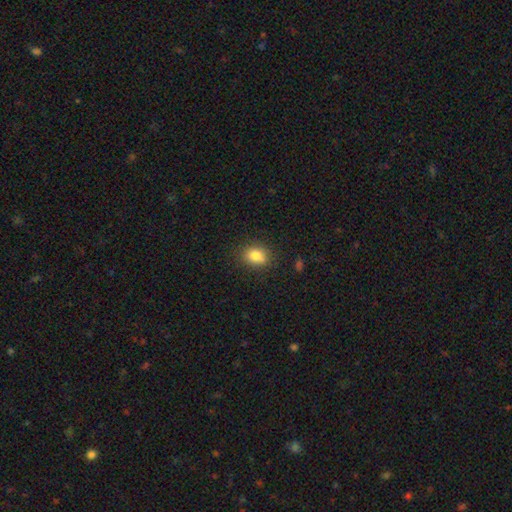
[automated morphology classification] smooth_or_featured: smooth (p=0.82) [alt: star or artifact p=0.10]
how_rounded: in between (p=0.54) [alt: round p=0.45]
merging: none (p=0.80) [alt: minor disturbance p=0.14]